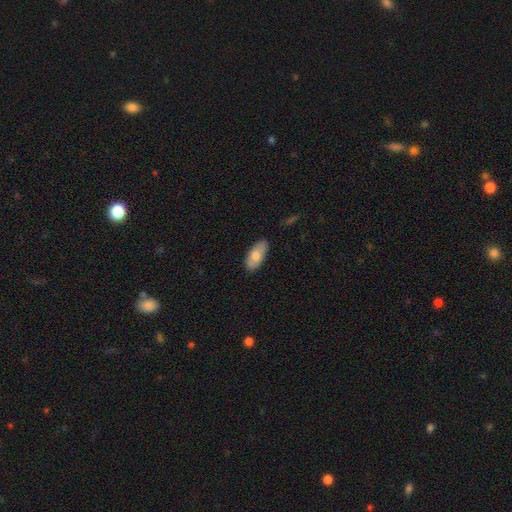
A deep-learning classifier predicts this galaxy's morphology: Q: Smooth or featured?
A: smooth (74%); runner-up: featured or disk (20%)
Q: How rounded?
A: in between (92%); runner-up: cigar-shaped (6%)
Q: Merging?
A: none (85%); runner-up: minor disturbance (12%)